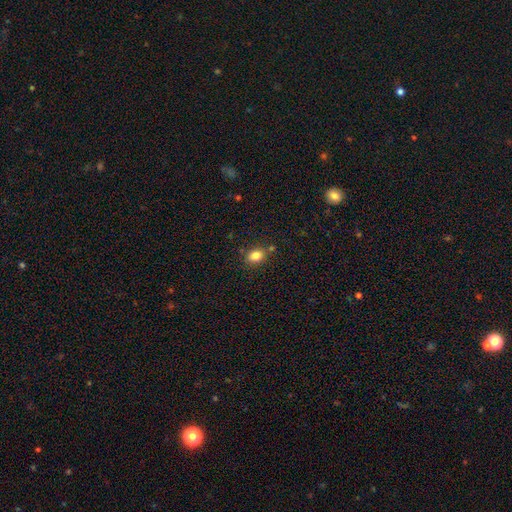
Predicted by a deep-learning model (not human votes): smooth 84%, star or artifact 10%, featured or disk 6%. Down the decision tree: how rounded — in between (58%); merging — none (77%).